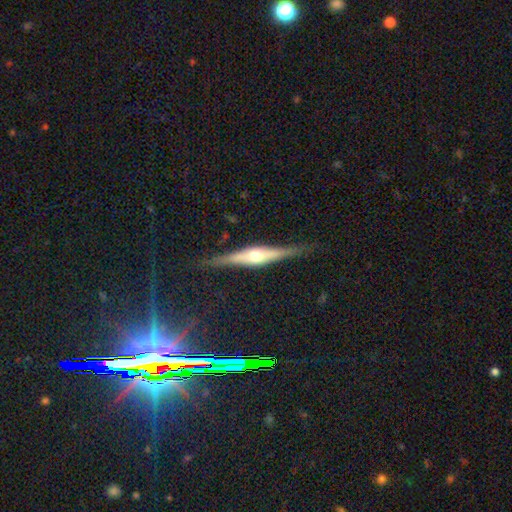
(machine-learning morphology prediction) featured or disk 76%, smooth 18%, star or artifact 6%. Down the decision tree: edge-on disk — yes (97%); edge-on bulge — rounded (90%); merging — none (84%).